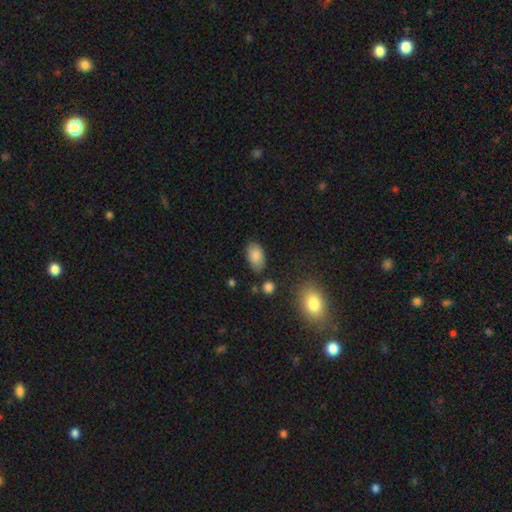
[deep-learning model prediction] This is clearly a smooth galaxy (85%). How rounded: clearly in between (93%). Merging: likely none (74%).